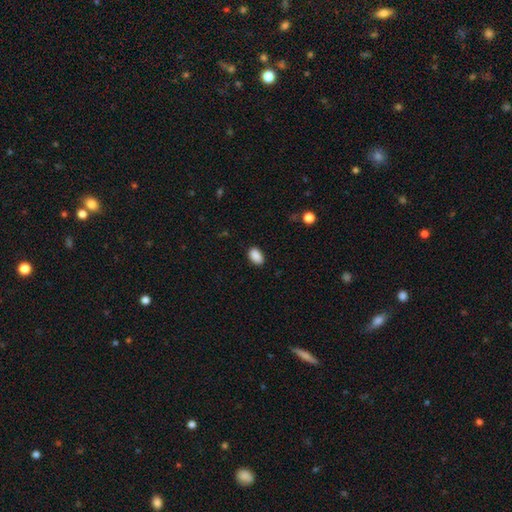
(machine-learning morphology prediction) A smooth galaxy with no disk features (89%) that is in between round and cigar-shaped (90%).

Vote fractions:
- Smooth or featured? smooth: 89% / star or artifact: 8% / featured or disk: 3%
- How rounded? in between: 90% / round: 9% / cigar-shaped: 1%
- Merging? none: 86% / minor disturbance: 11% / major disturbance: 2% / merger: 1%